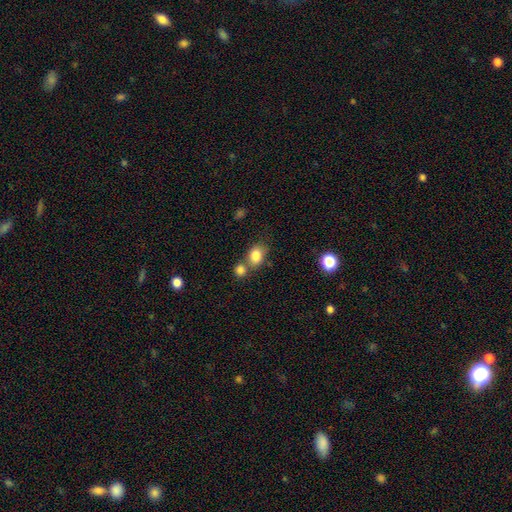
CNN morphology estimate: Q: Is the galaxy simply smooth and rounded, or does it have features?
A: smooth — 83%.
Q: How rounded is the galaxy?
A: in between — 59%.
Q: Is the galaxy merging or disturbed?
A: none — 48%.